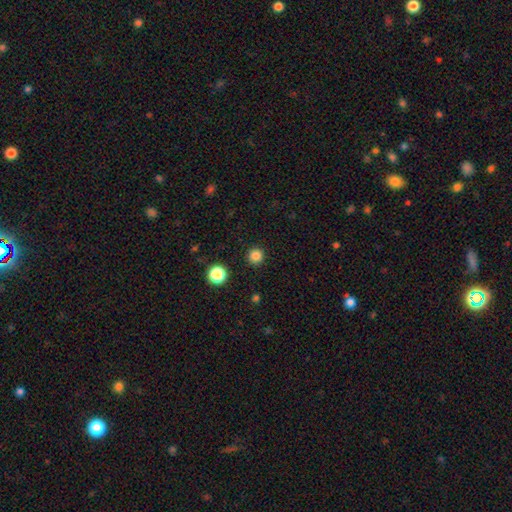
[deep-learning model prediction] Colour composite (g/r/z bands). It shows a smooth galaxy with no disk features (84%) that is round (95%). Merging: none (92%).